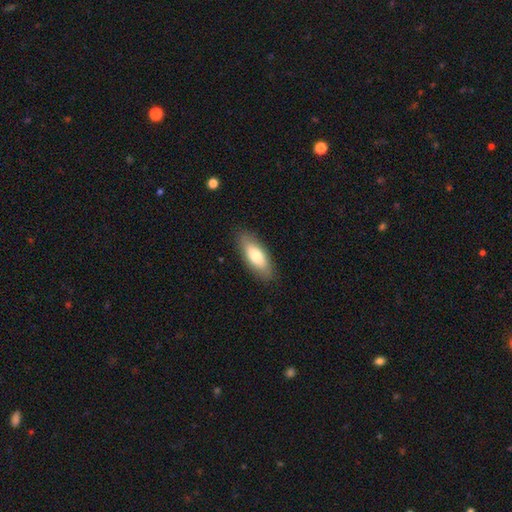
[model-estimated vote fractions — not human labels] Smooth or featured? Predicted: smooth (p=0.77). How rounded? Predicted: in between (p=0.76). Merging? Predicted: none (p=0.86).